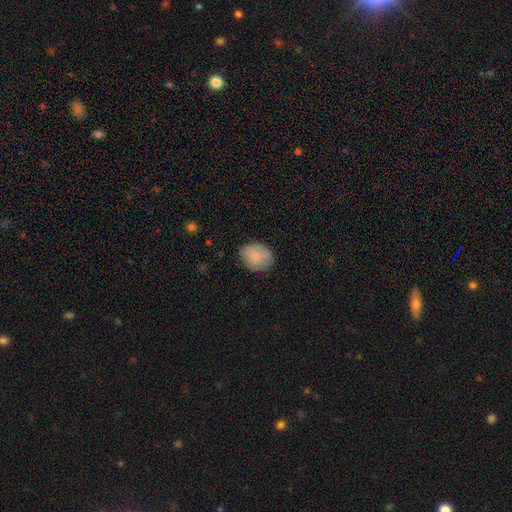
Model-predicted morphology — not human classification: Smooth or featured: smooth — 80% (featured or disk — 13%)
How rounded: round — 51% (in between — 48%)
Merging: none — 75% (minor disturbance — 19%)